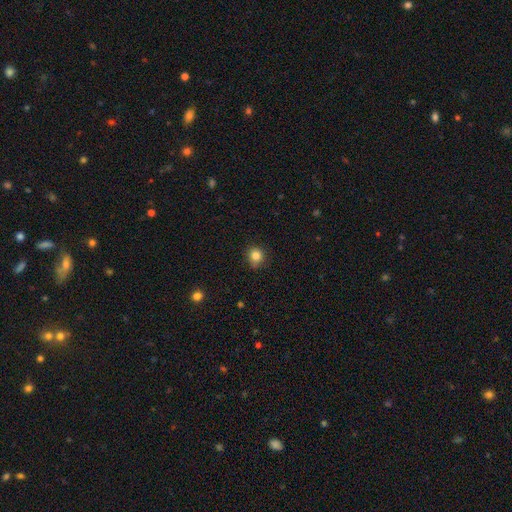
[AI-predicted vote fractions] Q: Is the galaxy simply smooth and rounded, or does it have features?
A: smooth — 83%.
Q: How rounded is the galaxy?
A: round — 88%.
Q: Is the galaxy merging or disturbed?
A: none — 80%.